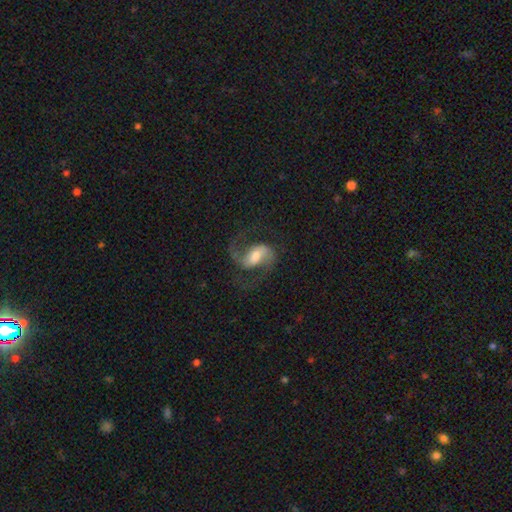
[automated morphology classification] type=featured or disk (83%); edge-on=no (97%); bar=weak (49%); spiral arms=yes (96%); winding=medium (50%); arm count=2 (91%); bulge=moderate (51%); merging=none (67%).